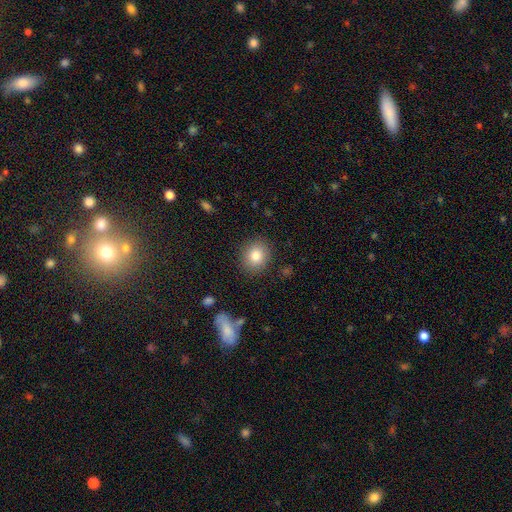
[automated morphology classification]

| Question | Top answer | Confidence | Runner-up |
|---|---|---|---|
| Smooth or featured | smooth | 82% | star or artifact (9%) |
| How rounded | round | 75% | in between (24%) |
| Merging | none | 87% | minor disturbance (8%) |